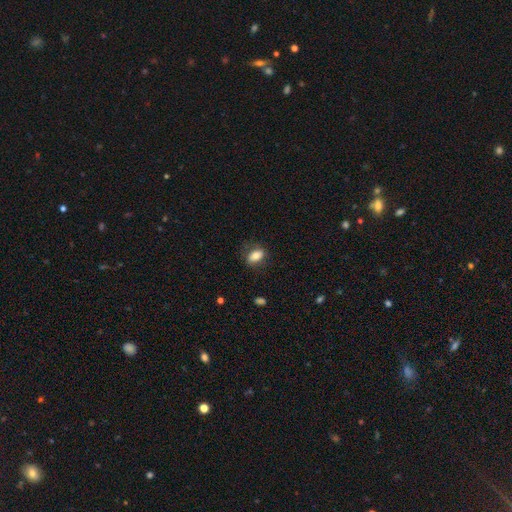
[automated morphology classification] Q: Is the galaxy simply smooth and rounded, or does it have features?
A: smooth — 75%.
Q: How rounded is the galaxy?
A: in between — 84%.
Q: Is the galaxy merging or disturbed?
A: none — 72%.